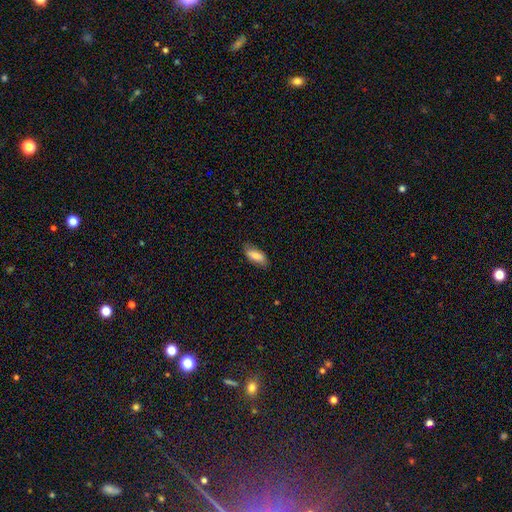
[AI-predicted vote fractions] This appears to be a smooth galaxy with no disk features (82%) that is in between round and cigar-shaped (80%). Merging: none (76%).